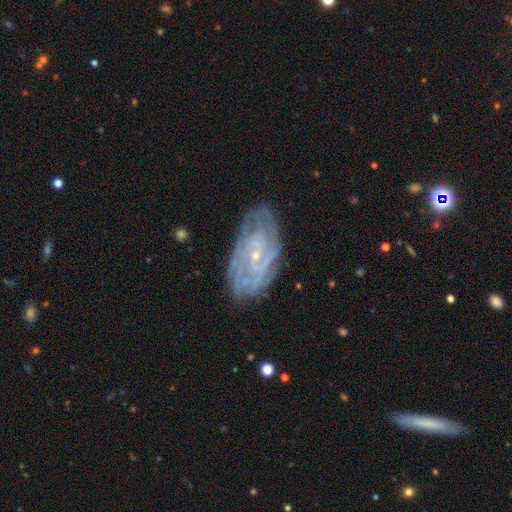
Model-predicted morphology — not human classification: smooth-or-featured: featured or disk: 80% | smooth: 13% | star or artifact: 7%
  disk-edge-on: no: 94% | yes: 6%
    bar: no: 56% | weak: 35% | strong: 9%
    has-spiral-arms: yes: 88% | no: 12%
      spiral-winding: tight: 66% | medium: 27% | loose: 7%
      spiral-arm-count: can't tell: 46% | 2: 19% | 3: 12% | 4: 11% | more than 4: 6% | 1: 5%
    bulge-size: small: 81% | moderate: 14% | none: 3% | large: 1% | dominant: 1%
  merging: none: 76% | minor disturbance: 17% | major disturbance: 5% | merger: 1%